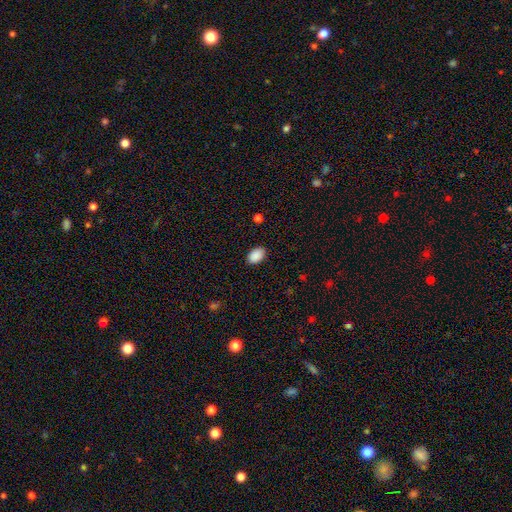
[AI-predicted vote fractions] Smooth or featured?
  - smooth: 90% *
  - star or artifact: 7%
  - featured or disk: 3%
How rounded?
  - in between: 87% *
  - round: 12%
  - cigar-shaped: 1%
Merging?
  - none: 88% *
  - minor disturbance: 9%
  - major disturbance: 2%
  - merger: 1%